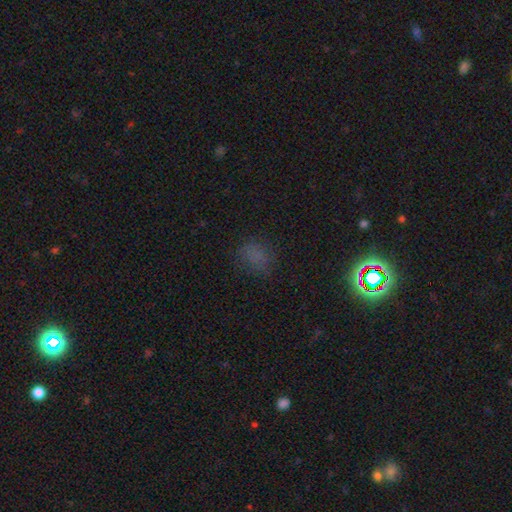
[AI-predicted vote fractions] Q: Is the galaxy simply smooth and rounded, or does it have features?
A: smooth — 61%.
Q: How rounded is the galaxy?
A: round — 52%.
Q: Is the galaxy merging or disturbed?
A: none — 73%.